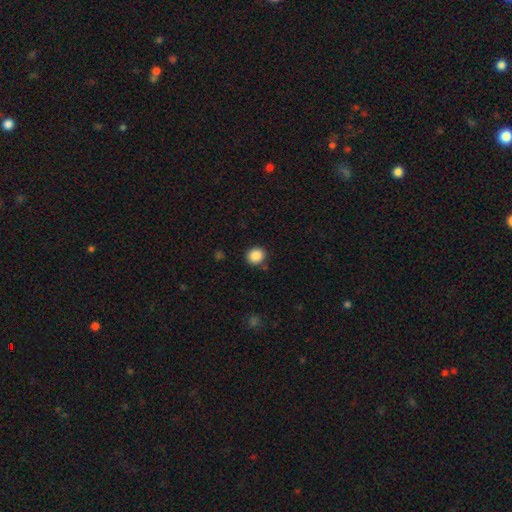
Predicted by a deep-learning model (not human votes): smooth 88%, star or artifact 9%, featured or disk 3%. Down the decision tree: how rounded — round (85%); merging — none (85%).